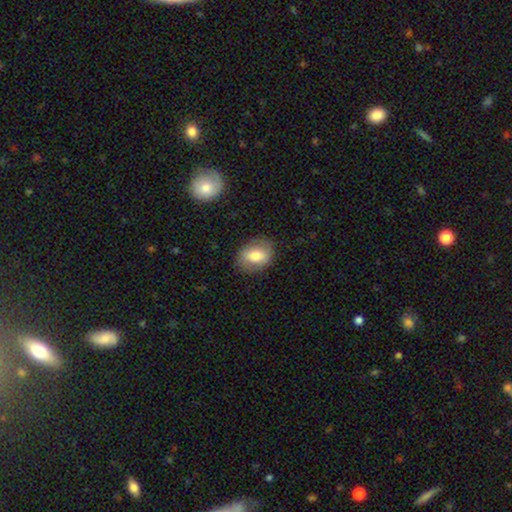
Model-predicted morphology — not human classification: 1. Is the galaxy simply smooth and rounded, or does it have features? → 71% smooth, 21% featured or disk, 8% star or artifact.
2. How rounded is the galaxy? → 62% in between, 37% round, 1% cigar-shaped.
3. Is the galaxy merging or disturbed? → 81% none, 13% minor disturbance, 4% major disturbance, 1% merger.